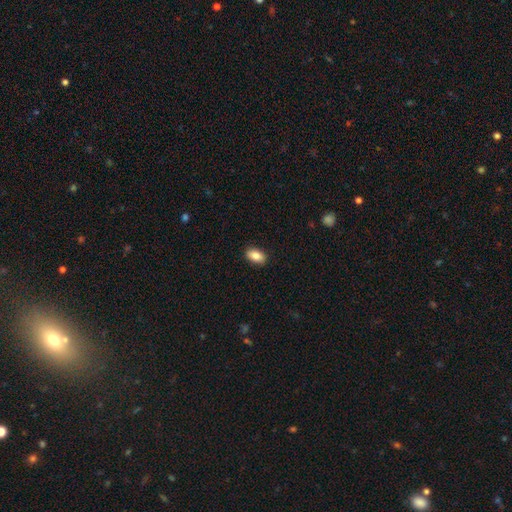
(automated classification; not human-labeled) Smooth or featured: smooth — 86% (star or artifact — 7%)
How rounded: in between — 91% (round — 6%)
Merging: none — 88% (minor disturbance — 9%)